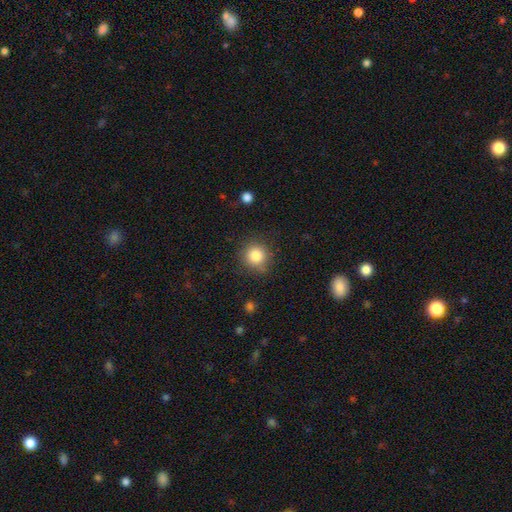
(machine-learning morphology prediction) Smooth or featured? smooth (85%)
How rounded? round (89%)
Merging? none (82%)